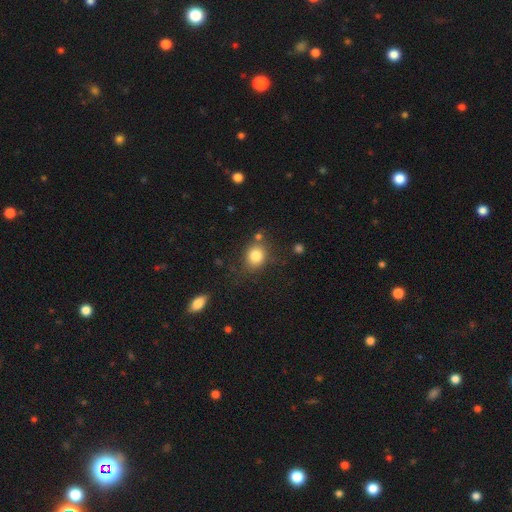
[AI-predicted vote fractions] Morphology: type=smooth (82%); roundness=round (65%); merging=none (72%).